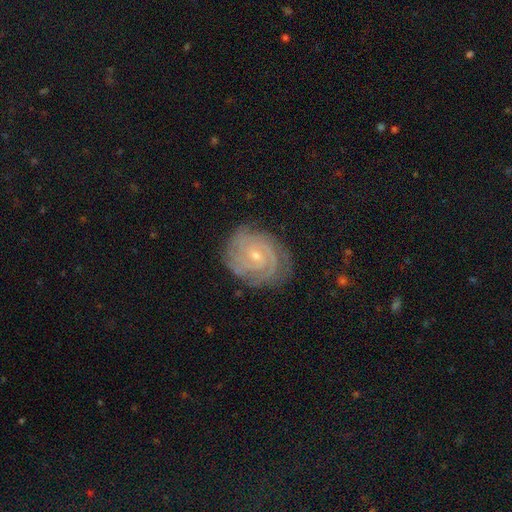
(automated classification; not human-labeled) Q: Smooth or featured?
A: featured or disk (88%); runner-up: smooth (6%)
Q: Edge-on disk?
A: no (98%); runner-up: yes (2%)
Q: Bar?
A: no (59%); runner-up: weak (34%)
Q: Spiral arms?
A: yes (98%); runner-up: no (2%)
Q: Spiral winding?
A: tight (80%); runner-up: medium (18%)
Q: Spiral arm count?
A: 2 (33%); runner-up: 3 (27%)
Q: Bulge size?
A: small (73%); runner-up: moderate (24%)
Q: Merging?
A: none (80%); runner-up: minor disturbance (15%)